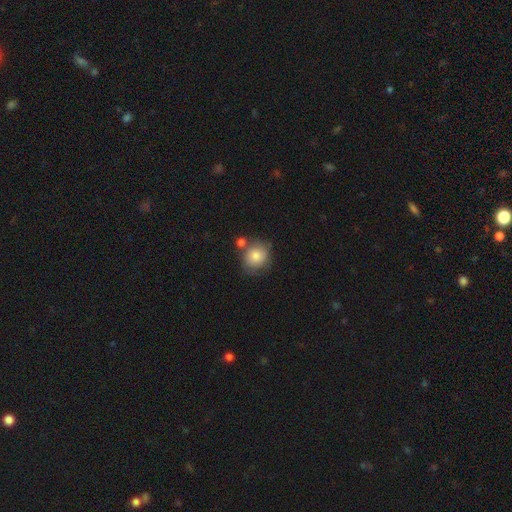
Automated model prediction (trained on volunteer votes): Q: Smooth or featured?
A: smooth (78%); runner-up: featured or disk (14%)
Q: How rounded?
A: round (81%); runner-up: in between (18%)
Q: Merging?
A: none (59%); runner-up: minor disturbance (17%)